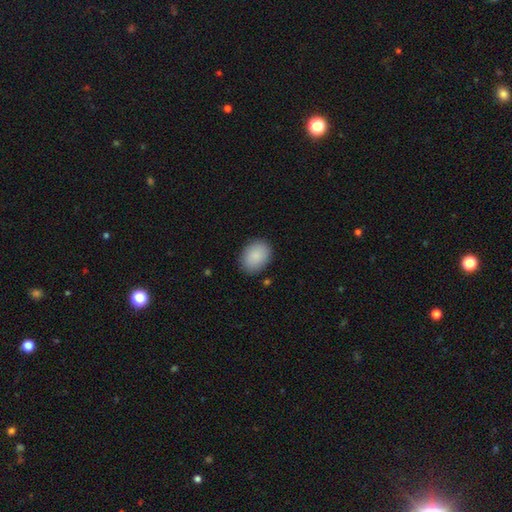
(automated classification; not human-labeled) smooth_or_featured: smooth (p=0.89) [alt: star or artifact p=0.06]
how_rounded: in between (p=0.70) [alt: round p=0.29]
merging: none (p=0.87) [alt: minor disturbance p=0.10]